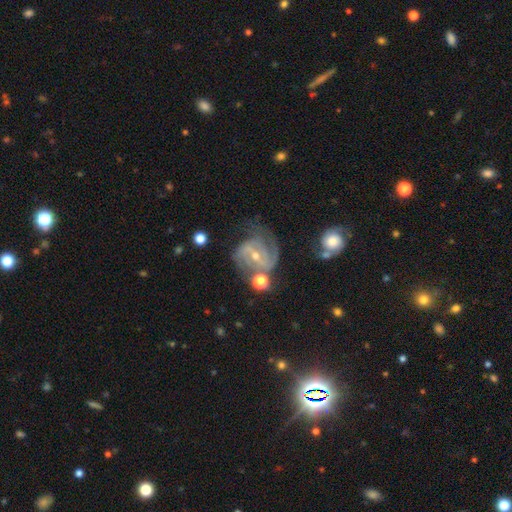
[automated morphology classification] This appears to be a featured or disk galaxy (86%) with a weak bar (44%), 2 (47%) tight (44%, tied with medium) spiral arms (96%) and a small central bulge (55%). Merging: none (56%).